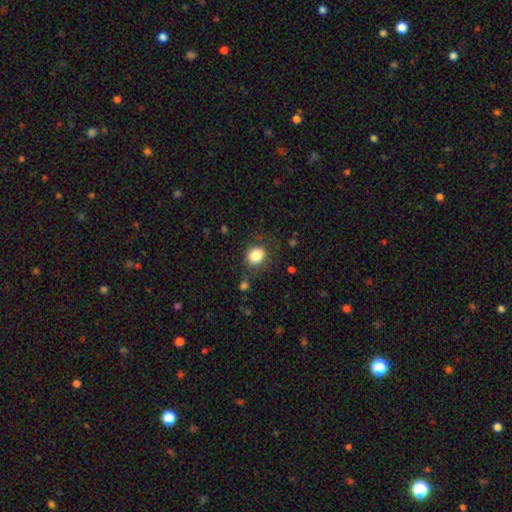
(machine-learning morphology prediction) This is clearly a smooth galaxy (83%). How rounded: likely round (62%). Merging: likely none (75%).